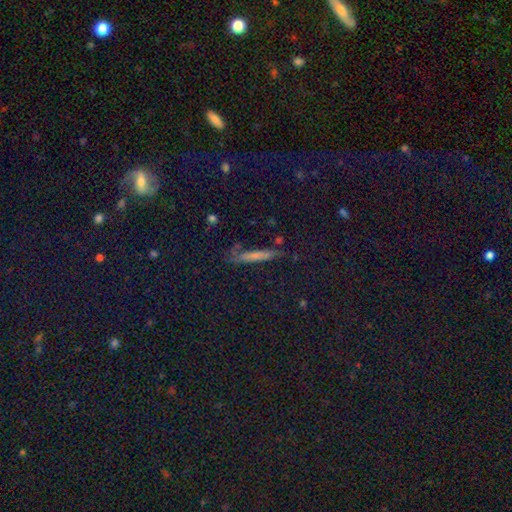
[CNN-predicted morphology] Smooth or featured? smooth (59%)
How rounded? cigar-shaped (88%)
Merging? none (73%)